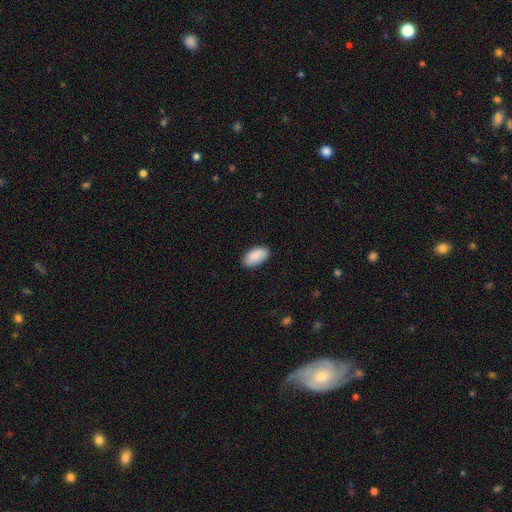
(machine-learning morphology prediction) A smooth galaxy with no disk features (89%) that is in between round and cigar-shaped (95%).

Vote fractions:
- Smooth or featured? smooth: 89% / star or artifact: 6% / featured or disk: 5%
- How rounded? in between: 95% / cigar-shaped: 2% / round: 2%
- Merging? none: 86% / minor disturbance: 11% / major disturbance: 2% / merger: 1%